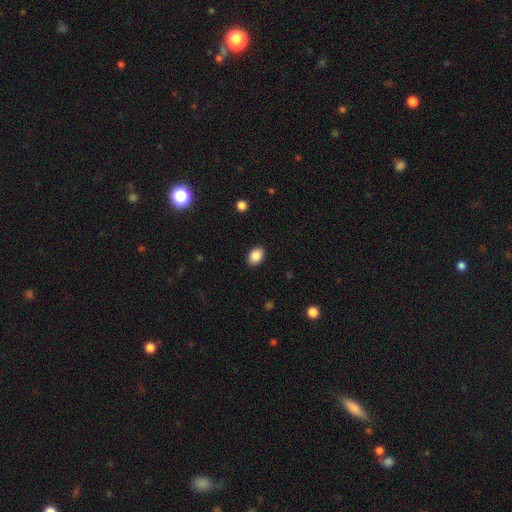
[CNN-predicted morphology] Overall: smooth (88%). How rounded: in between (74%). Merging: none (89%).